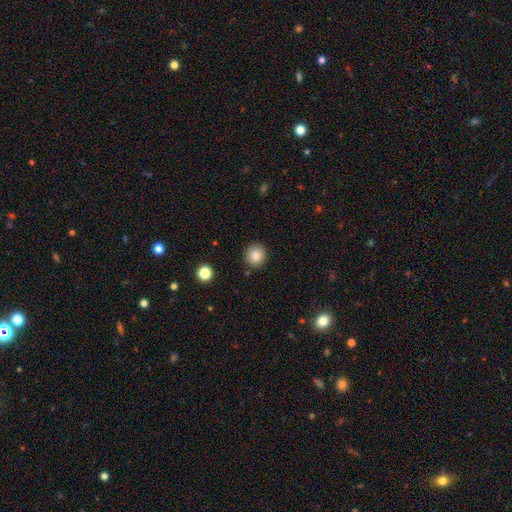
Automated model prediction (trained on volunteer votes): smooth 86%, star or artifact 9%, featured or disk 4%. Down the decision tree: how rounded — round (92%); merging — none (90%).